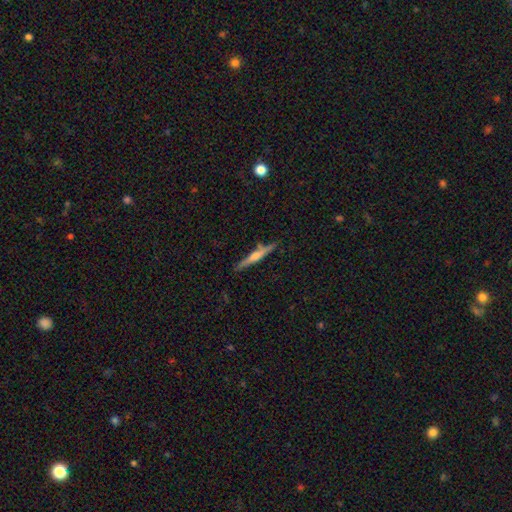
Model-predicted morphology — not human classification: Overall: featured or disk (65%; smooth 29%). Edge-on disk: yes (97%). Edge-on bulge: rounded (77%). Merging: none (85%).